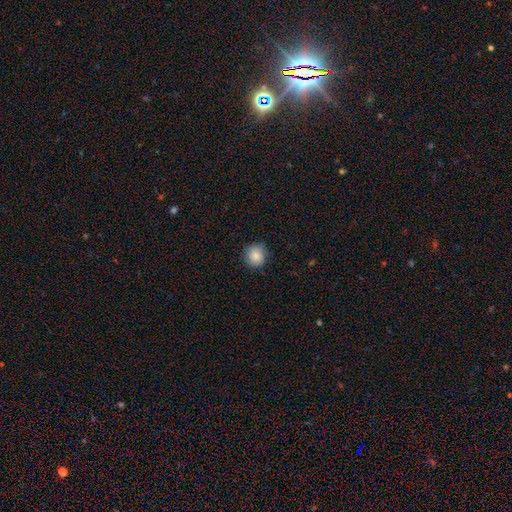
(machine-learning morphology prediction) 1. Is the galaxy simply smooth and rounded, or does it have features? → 86% smooth, 9% star or artifact, 5% featured or disk.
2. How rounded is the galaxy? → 91% round, 8% in between, 1% cigar-shaped.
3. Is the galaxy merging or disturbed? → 82% none, 14% minor disturbance, 3% major disturbance, 1% merger.